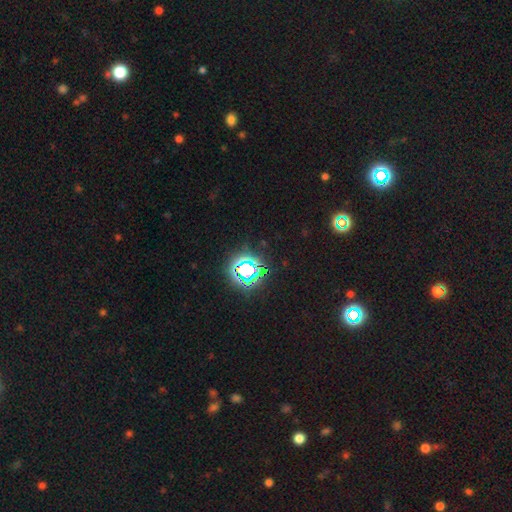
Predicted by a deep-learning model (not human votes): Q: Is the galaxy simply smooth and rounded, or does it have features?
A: star or artifact — 80%.